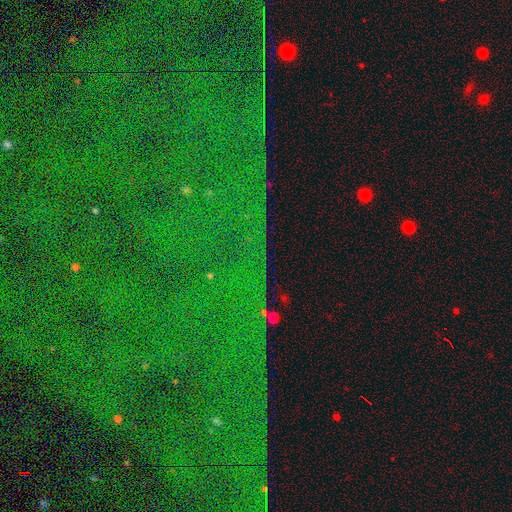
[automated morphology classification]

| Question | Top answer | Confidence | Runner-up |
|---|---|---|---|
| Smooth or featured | star or artifact | 85% | featured or disk (8%) |